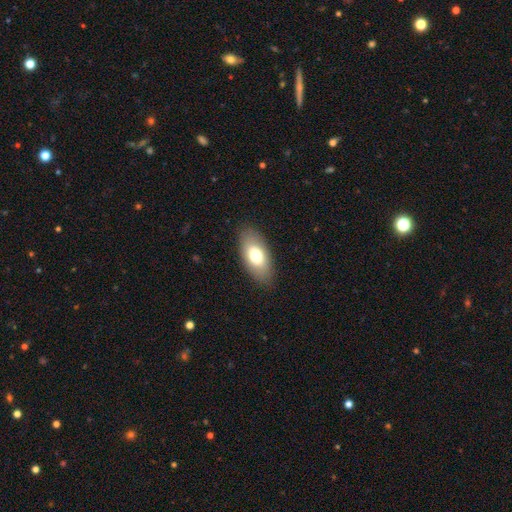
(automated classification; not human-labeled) Smooth or featured?
  - smooth: 71% *
  - featured or disk: 22%
  - star or artifact: 7%
How rounded?
  - in between: 92% *
  - cigar-shaped: 5%
  - round: 3%
Merging?
  - none: 86% *
  - minor disturbance: 10%
  - major disturbance: 3%
  - merger: 1%